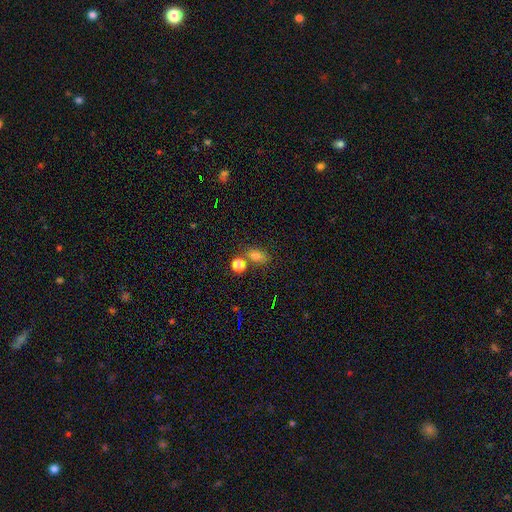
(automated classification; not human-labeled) This appears to be a smooth galaxy with no disk features (72%) that is in between round and cigar-shaped (70%). Merging: none (65%).